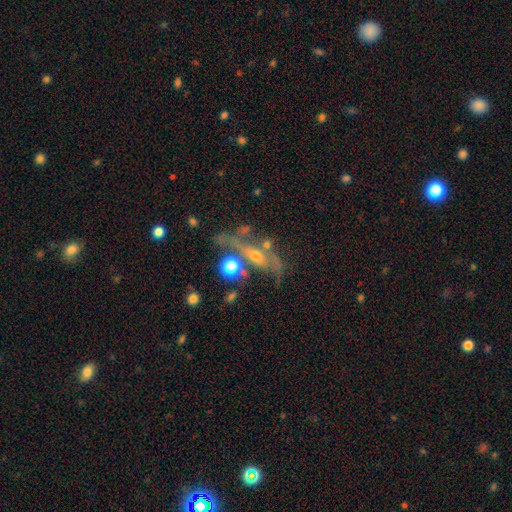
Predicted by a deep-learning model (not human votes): Smooth or featured?
  - featured or disk: 67% *
  - smooth: 21%
  - star or artifact: 12%
Edge-on disk?
  - no: 60% *
  - yes: 40%
Merging?
  - none: 47% *
  - minor disturbance: 20%
  - major disturbance: 17%
  - merger: 15%